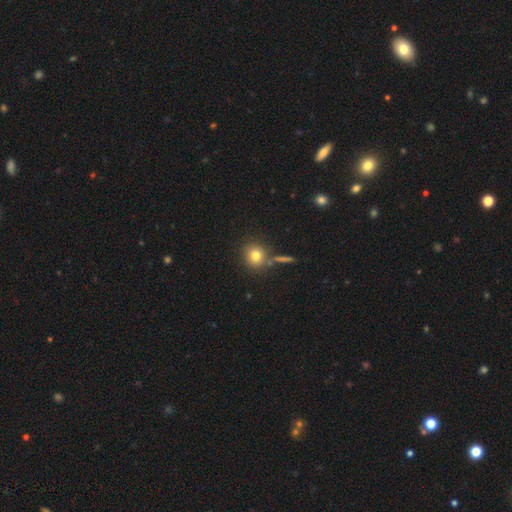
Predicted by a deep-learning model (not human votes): Morphology: type=smooth (78%); roundness=round (88%); merging=none (74%).